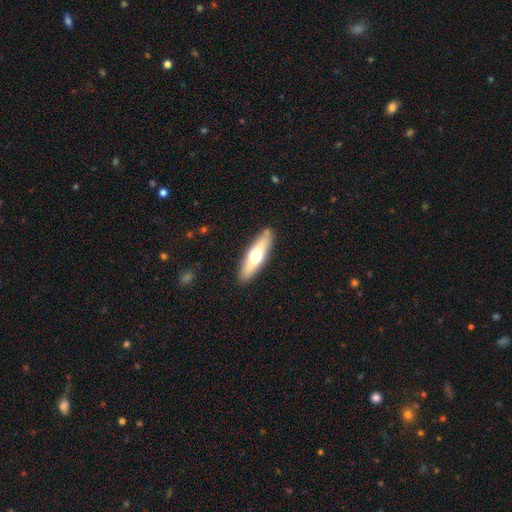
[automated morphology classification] type=smooth (55%); roundness=cigar-shaped (64%); merging=none (88%).